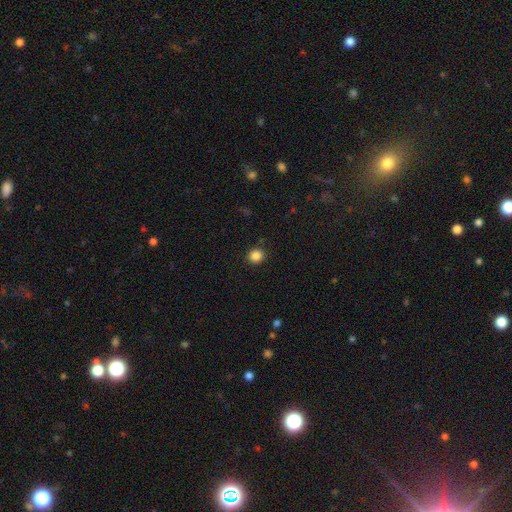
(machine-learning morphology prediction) A smooth galaxy with no disk features (86%) that is round (87%). Merging: none (90%).